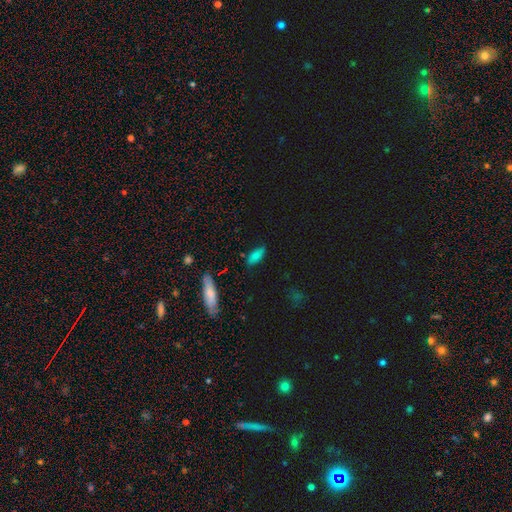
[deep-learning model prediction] smooth 76%, featured or disk 14%, star or artifact 10%. Down the decision tree: how rounded — in between (78%); merging — none (81%).